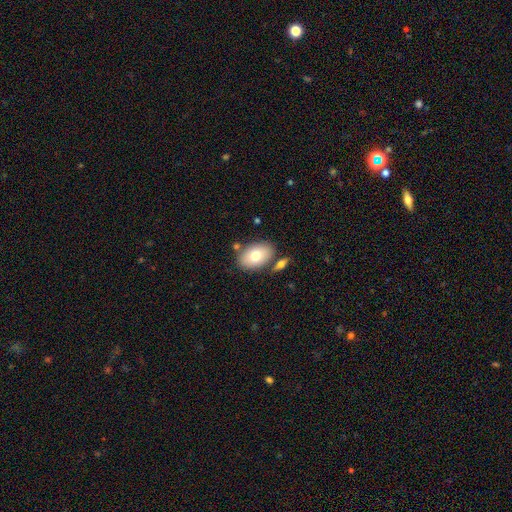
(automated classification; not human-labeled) smooth_or_featured: smooth (p=0.74) [alt: featured or disk p=0.19]
how_rounded: in between (p=0.87) [alt: round p=0.11]
merging: none (p=0.76) [alt: minor disturbance p=0.12]